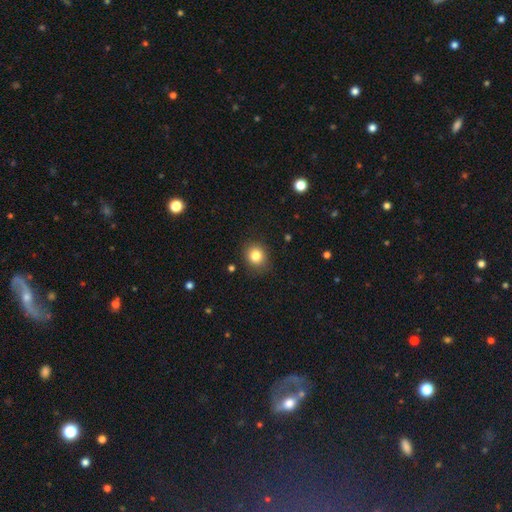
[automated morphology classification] A smooth galaxy with no disk features (83%) that is round (75%).

Vote fractions:
- Smooth or featured? smooth: 83% / star or artifact: 11% / featured or disk: 7%
- How rounded? round: 75% / in between: 24% / cigar-shaped: 1%
- Merging? none: 86% / minor disturbance: 10% / major disturbance: 3% / merger: 1%